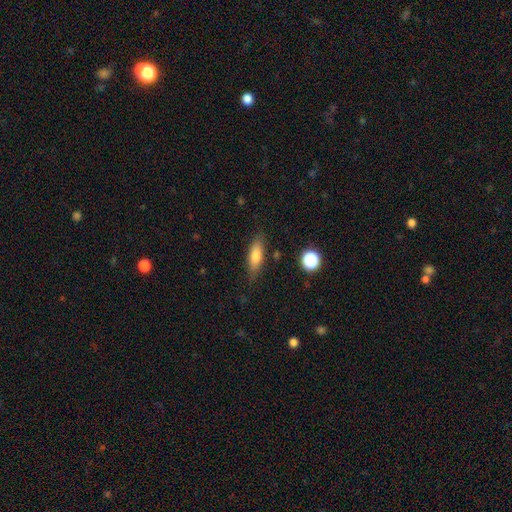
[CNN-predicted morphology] type=smooth (75%); roundness=in between (54%); merging=none (80%).